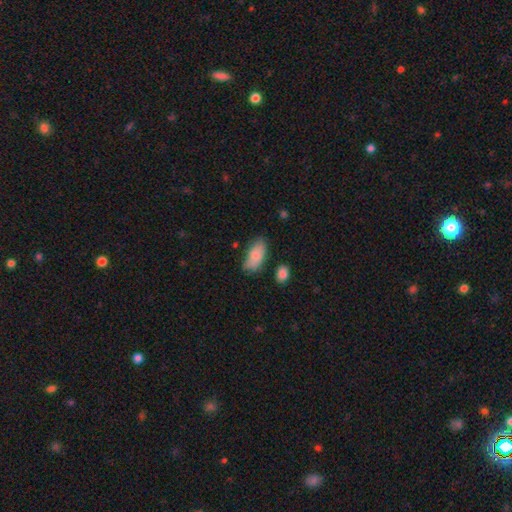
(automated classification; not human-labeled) Smooth or featured? Predicted: smooth (p=0.80). How rounded? Predicted: in between (p=0.91). Merging? Predicted: none (p=0.64).